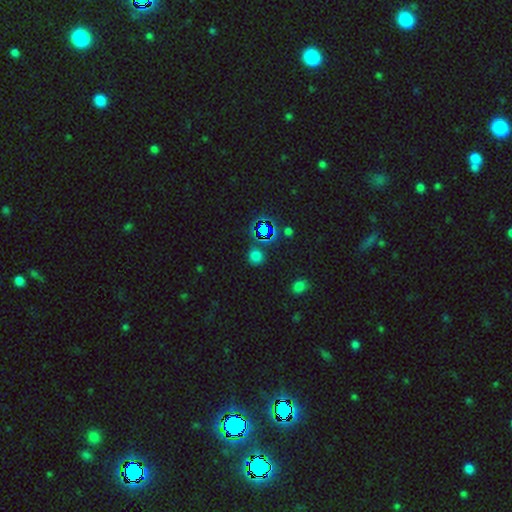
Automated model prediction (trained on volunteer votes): Smooth or featured: smooth — 59% (star or artifact — 36%)
How rounded: round — 87% (in between — 12%)
Merging: none — 80% (minor disturbance — 10%)